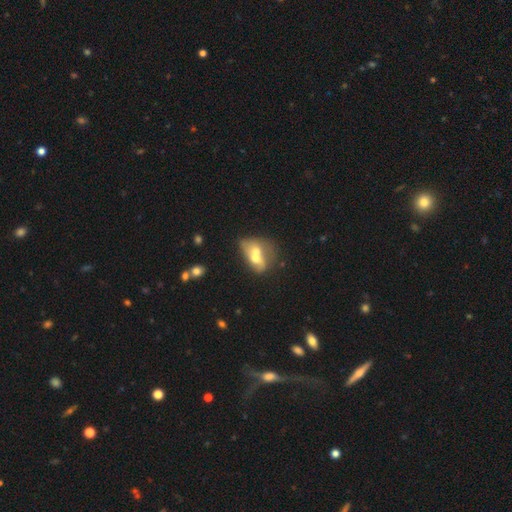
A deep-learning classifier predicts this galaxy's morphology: This appears to be a smooth galaxy with no disk features (57%) that is in between round and cigar-shaped (70%). Merging: merger (77%).